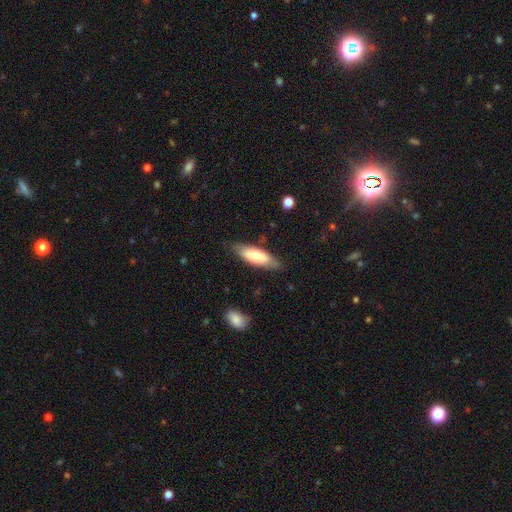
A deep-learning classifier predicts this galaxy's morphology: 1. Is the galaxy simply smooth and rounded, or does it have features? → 66% smooth, 29% featured or disk, 6% star or artifact.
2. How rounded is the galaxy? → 61% in between, 37% cigar-shaped, 2% round.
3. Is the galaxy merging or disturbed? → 81% none, 14% minor disturbance, 3% major disturbance, 2% merger.